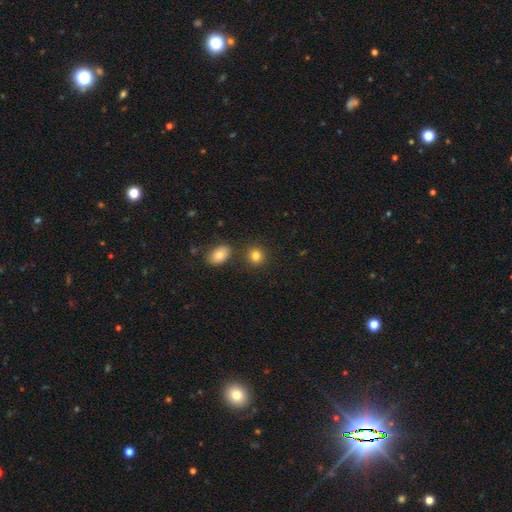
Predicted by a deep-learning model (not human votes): A smooth galaxy with no disk features (82%) that is round (76%).

Vote fractions:
- Smooth or featured? smooth: 82% / star or artifact: 11% / featured or disk: 7%
- How rounded? round: 76% / in between: 23% / cigar-shaped: 1%
- Merging? none: 80% / merger: 9% / minor disturbance: 9% / major disturbance: 3%